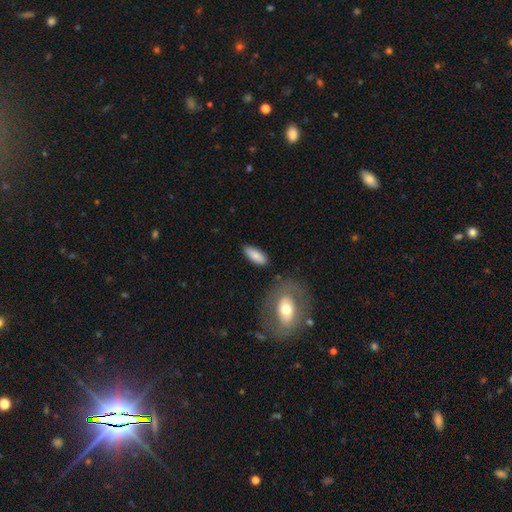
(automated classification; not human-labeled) smooth_or_featured: smooth (p=0.83) [alt: featured or disk p=0.10]
how_rounded: in between (p=0.69) [alt: cigar-shaped p=0.29]
merging: none (p=0.83) [alt: minor disturbance p=0.11]